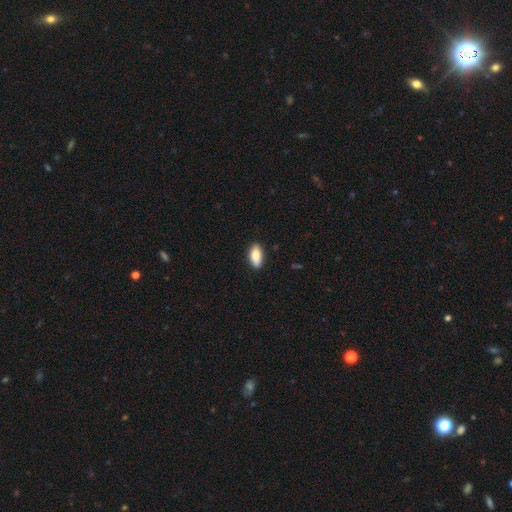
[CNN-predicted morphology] type=smooth (82%); roundness=in between (87%); merging=none (88%).